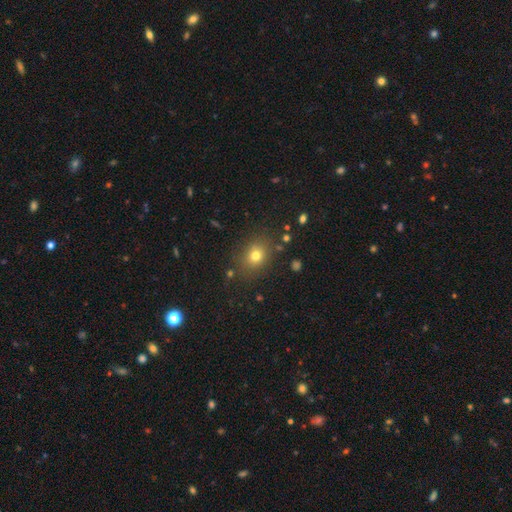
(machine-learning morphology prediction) smooth 75%, star or artifact 16%, featured or disk 9%. Down the decision tree: how rounded — round (61%); merging — none (82%).